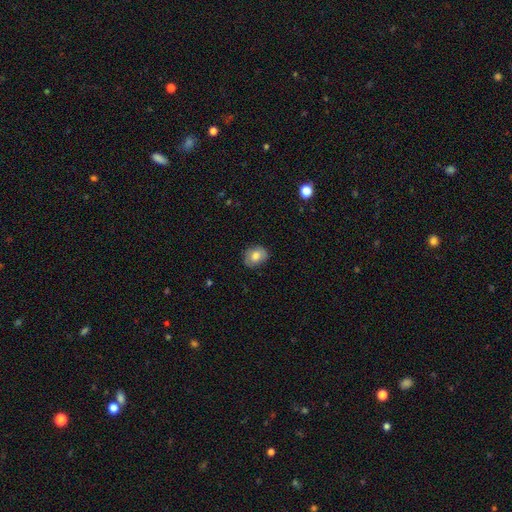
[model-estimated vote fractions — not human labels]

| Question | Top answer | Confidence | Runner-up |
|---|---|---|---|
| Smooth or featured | smooth | 74% | featured or disk (18%) |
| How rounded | in between | 57% | round (42%) |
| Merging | none | 78% | minor disturbance (17%) |